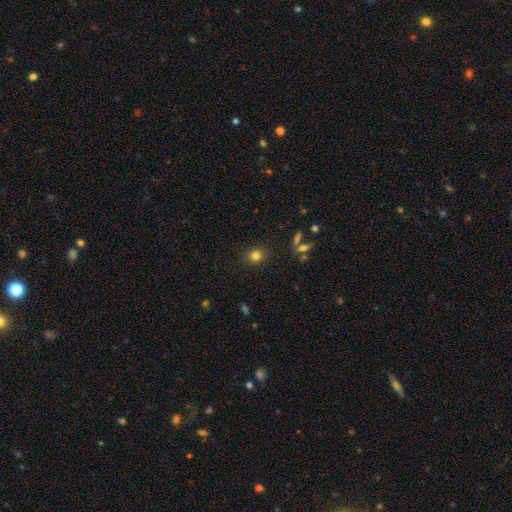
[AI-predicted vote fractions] Smooth or featured?
  - smooth: 79% *
  - star or artifact: 13%
  - featured or disk: 7%
How rounded?
  - round: 72% *
  - in between: 27%
  - cigar-shaped: 1%
Merging?
  - none: 86% *
  - minor disturbance: 9%
  - major disturbance: 3%
  - merger: 2%